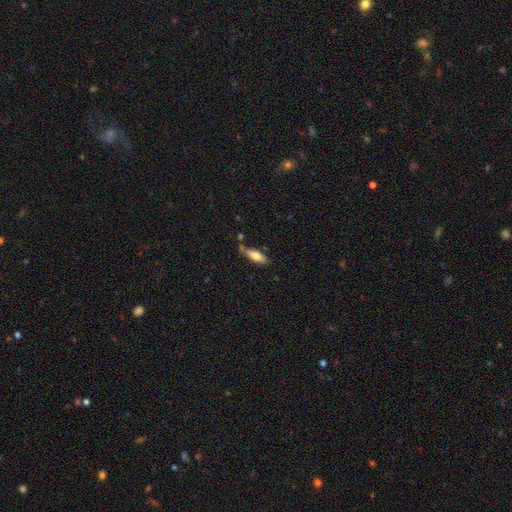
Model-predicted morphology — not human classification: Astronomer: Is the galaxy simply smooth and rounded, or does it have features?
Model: smooth — 71%.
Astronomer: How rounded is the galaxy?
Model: in between — 56% (runner-up: cigar-shaped, 42%).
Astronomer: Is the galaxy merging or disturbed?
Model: none — 62%.